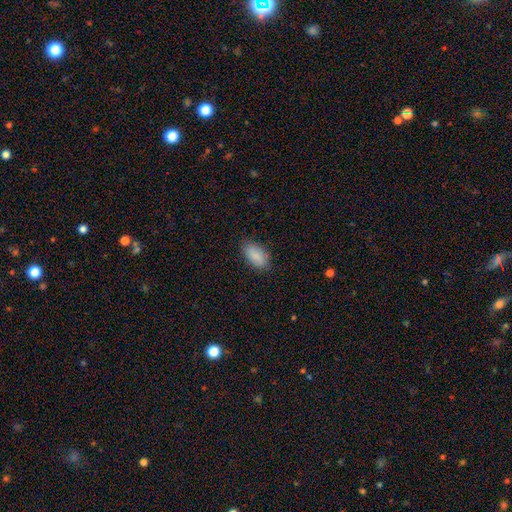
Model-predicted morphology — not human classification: Overall: smooth (85%). How rounded: in between (93%). Merging: none (82%).